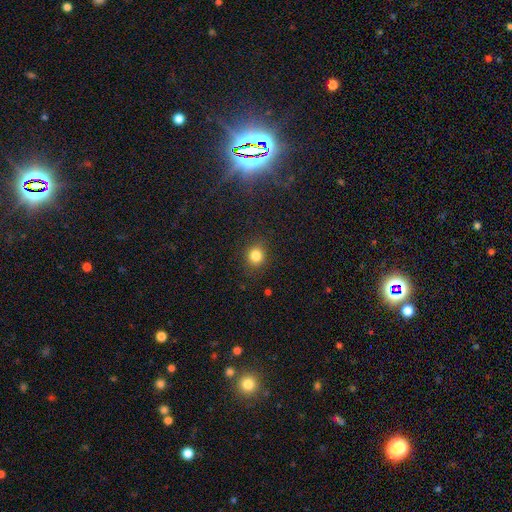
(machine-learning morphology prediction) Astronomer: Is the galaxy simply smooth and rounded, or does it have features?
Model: smooth — 83%.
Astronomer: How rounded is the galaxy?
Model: round — 82%.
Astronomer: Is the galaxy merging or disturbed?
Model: none — 87%.